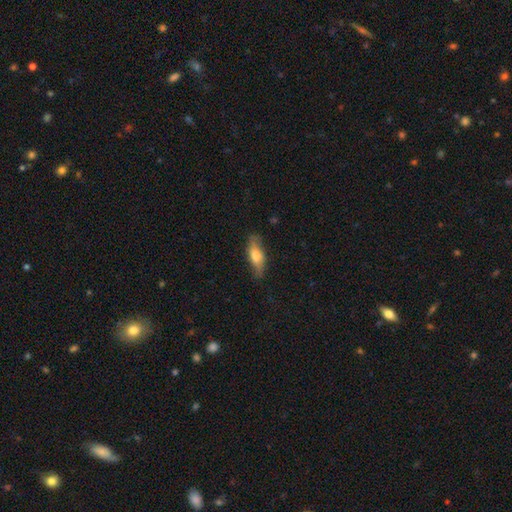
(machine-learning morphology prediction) Overall: smooth (58%; featured or disk 36%). How rounded: in between (62%; cigar-shaped 35%). Merging: none (73%).